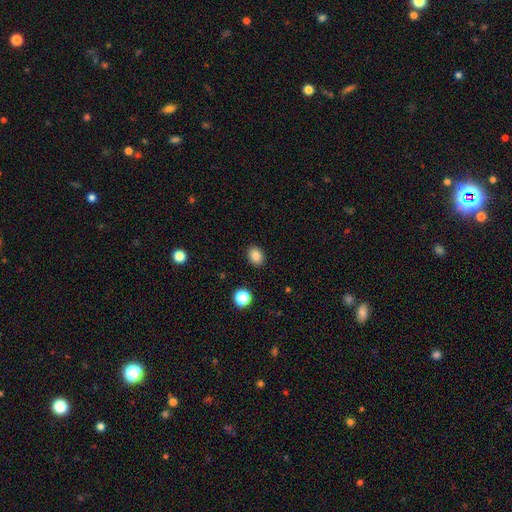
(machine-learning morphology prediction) A smooth galaxy with no disk features (86%) that is in between round and cigar-shaped (62%).

Vote fractions:
- Smooth or featured? smooth: 86% / star or artifact: 10% / featured or disk: 4%
- How rounded? in between: 62% / round: 37% / cigar-shaped: 1%
- Merging? none: 89% / minor disturbance: 7% / major disturbance: 2% / merger: 1%